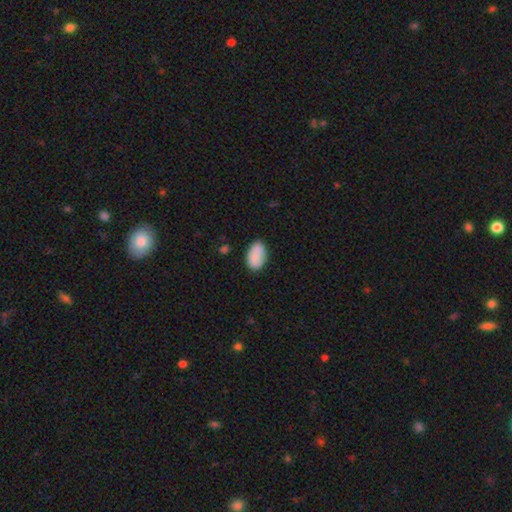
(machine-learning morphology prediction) This is clearly a smooth galaxy (87%). How rounded: clearly in between (92%). Merging: likely none (80%).